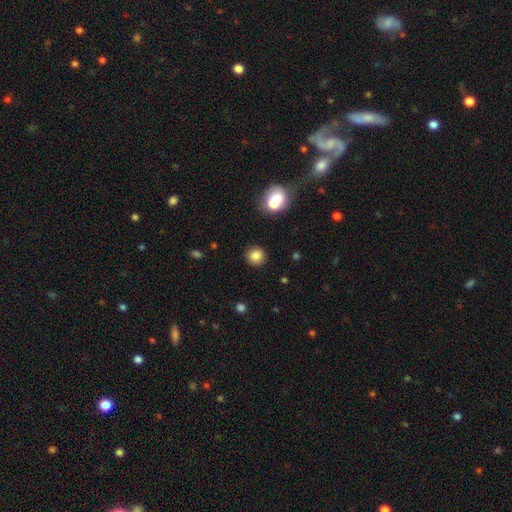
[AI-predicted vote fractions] Smooth or featured? smooth (83%)
How rounded? round (92%)
Merging? none (89%)